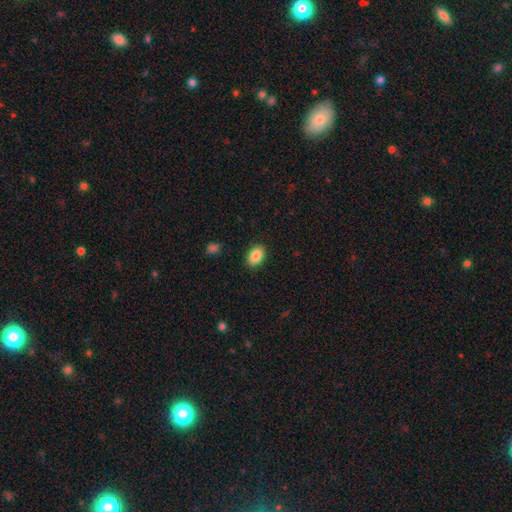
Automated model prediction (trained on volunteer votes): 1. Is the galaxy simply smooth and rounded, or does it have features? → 88% smooth, 8% star or artifact, 4% featured or disk.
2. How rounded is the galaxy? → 86% in between, 13% round, 1% cigar-shaped.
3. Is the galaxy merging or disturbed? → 89% none, 8% minor disturbance, 2% major disturbance, 1% merger.